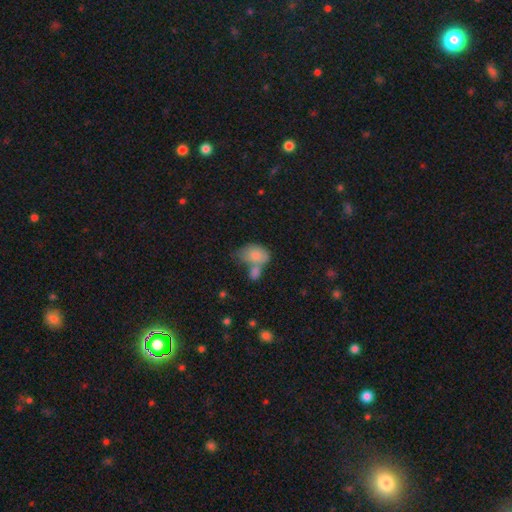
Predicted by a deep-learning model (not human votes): Smooth or featured?
  - smooth: 79% *
  - featured or disk: 14%
  - star or artifact: 7%
How rounded?
  - in between: 81% *
  - round: 17%
  - cigar-shaped: 1%
Merging?
  - merger: 47% *
  - none: 27%
  - minor disturbance: 17%
  - major disturbance: 9%